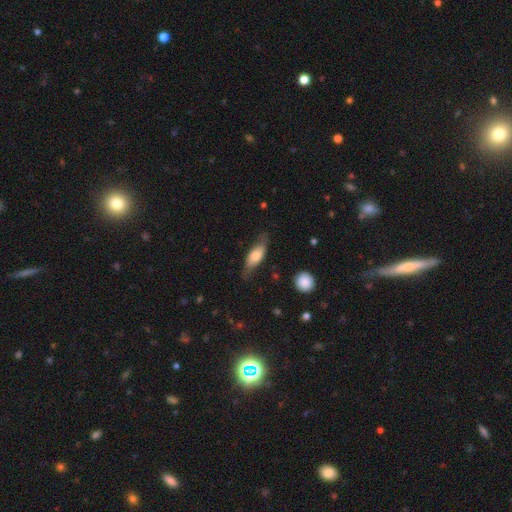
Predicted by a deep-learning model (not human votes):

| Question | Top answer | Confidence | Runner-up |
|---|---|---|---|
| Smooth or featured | smooth | 57% | featured or disk (37%) |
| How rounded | in between | 65% | cigar-shaped (31%) |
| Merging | none | 65% | minor disturbance (25%) |